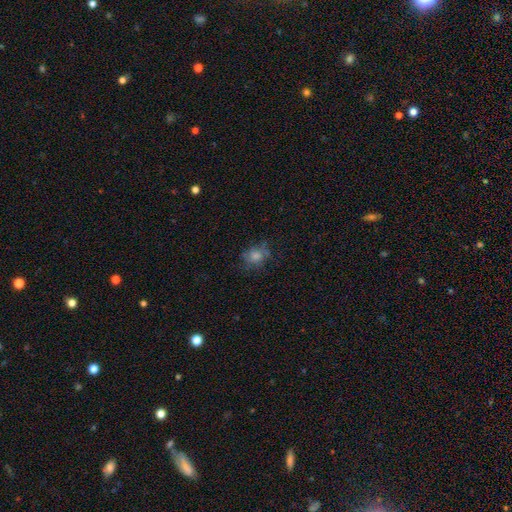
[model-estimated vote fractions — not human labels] The model was most divided on "how rounded": round: 64%, in between: 35%, cigar-shaped: 1%. More confident: merging — none (69%); smooth or featured — smooth (54%).